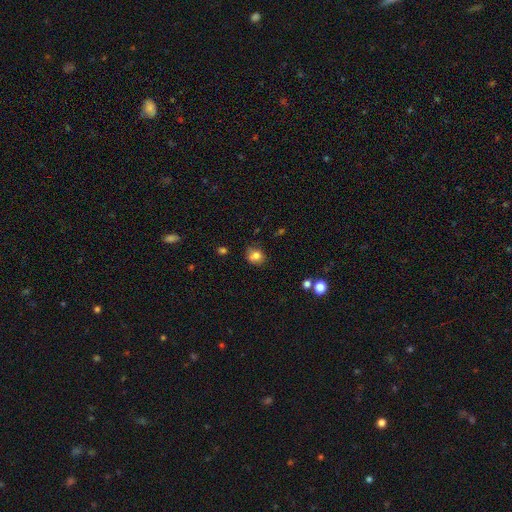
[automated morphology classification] Smooth or featured? Predicted: smooth (p=0.78). How rounded? Predicted: round (p=0.70). Merging? Predicted: none (p=0.68).